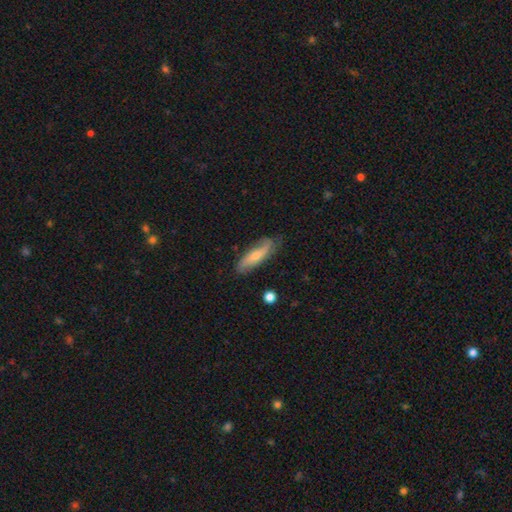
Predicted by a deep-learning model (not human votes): A smooth galaxy with no disk features (51%) that is cigar-shaped (53%). Merging: none (69%).